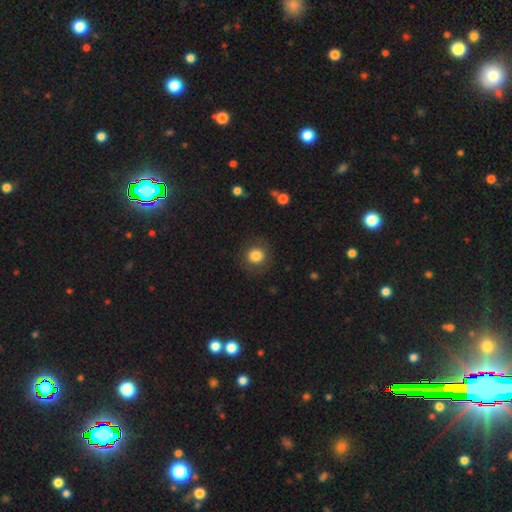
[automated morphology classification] A smooth galaxy with no disk features (81%) that is round (90%). Merging: none (84%).